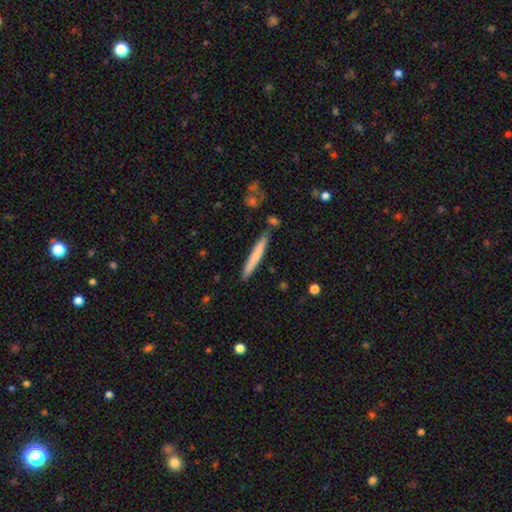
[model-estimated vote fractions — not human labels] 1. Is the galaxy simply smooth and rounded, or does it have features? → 69% smooth, 26% featured or disk, 5% star or artifact.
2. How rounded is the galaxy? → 96% cigar-shaped, 3% in between, 1% round.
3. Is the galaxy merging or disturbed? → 86% none, 9% minor disturbance, 3% merger, 2% major disturbance.